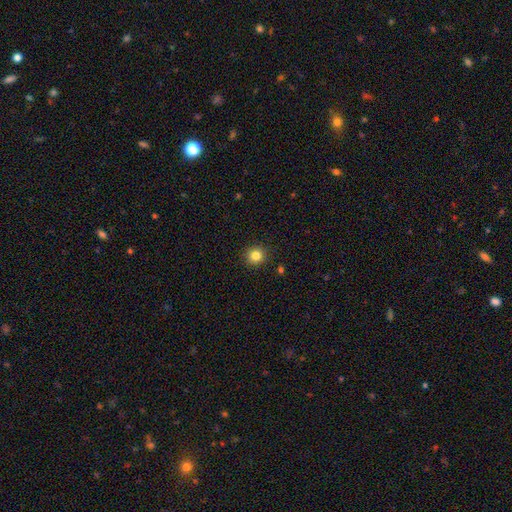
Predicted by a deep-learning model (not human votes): smooth-or-featured: smooth: 84% | star or artifact: 11% | featured or disk: 5%
  how-rounded: round: 92% | in between: 7% | cigar-shaped: 1%
  merging: none: 91% | minor disturbance: 6% | major disturbance: 2% | merger: 1%